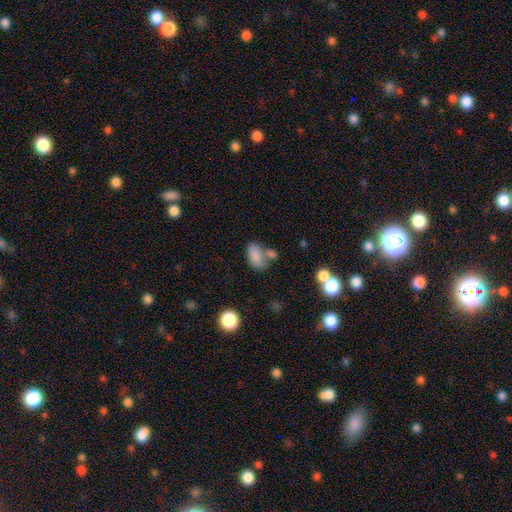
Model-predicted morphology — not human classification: Smooth or featured? Predicted: smooth (p=0.82). How rounded? Predicted: in between (p=0.90). Merging? Predicted: none (p=0.43).